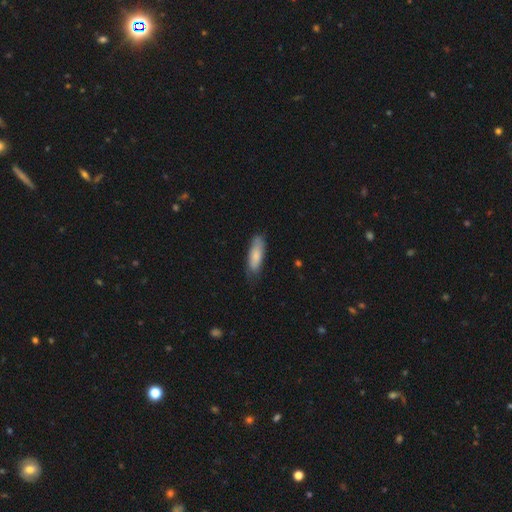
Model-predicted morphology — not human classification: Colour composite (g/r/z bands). It shows a smooth galaxy with no disk features (80%) that is cigar-shaped (50%). Merging: none (71%).